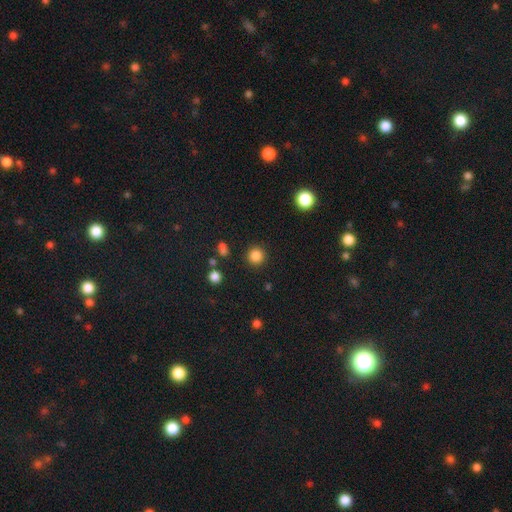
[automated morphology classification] The model was most divided on "smooth or featured": smooth: 85%, star or artifact: 12%, featured or disk: 4%. More confident: how rounded — round (93%); merging — none (90%).